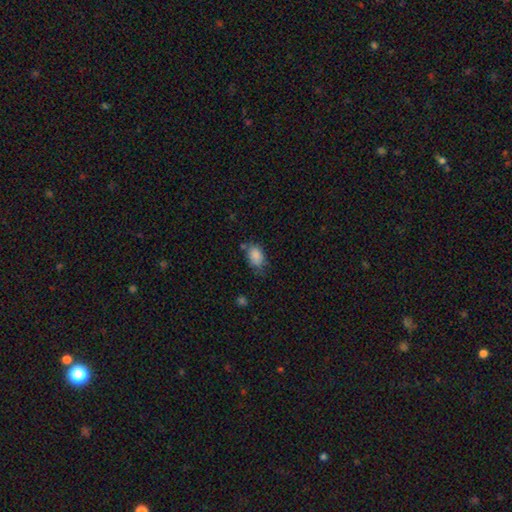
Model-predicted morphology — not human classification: Overall: smooth (86%). How rounded: in between (86%). Merging: none (57%; minor disturbance 28%).